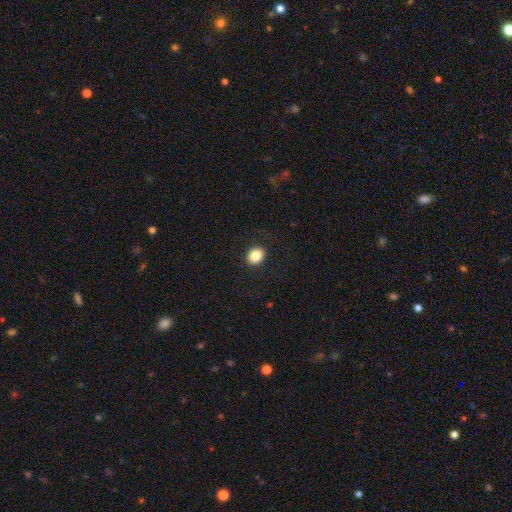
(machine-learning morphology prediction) The model was most divided on "how rounded": round: 61%, in between: 38%, cigar-shaped: 1%. More confident: merging — none (90%); smooth or featured — smooth (85%).